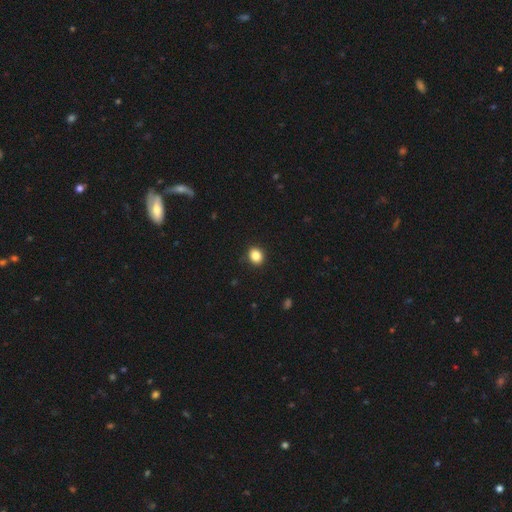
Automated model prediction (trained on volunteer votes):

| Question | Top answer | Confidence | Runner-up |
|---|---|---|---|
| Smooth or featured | smooth | 85% | star or artifact (10%) |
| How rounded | round | 67% | in between (32%) |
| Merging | none | 91% | minor disturbance (6%) |